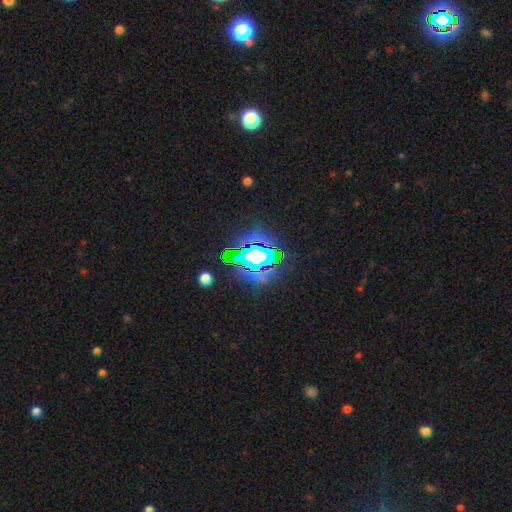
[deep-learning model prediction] Q: Smooth or featured?
A: star or artifact (67%); runner-up: smooth (17%)